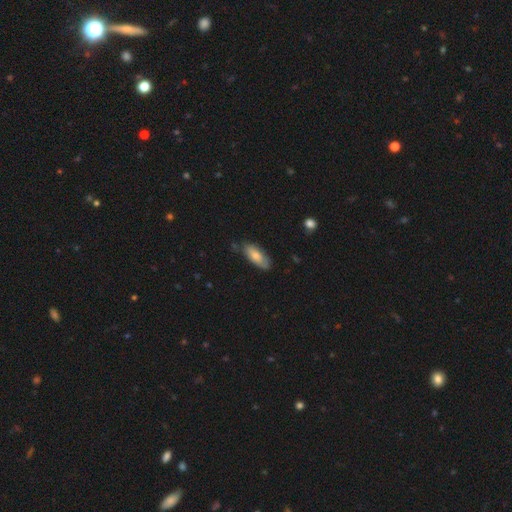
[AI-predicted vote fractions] The model was most divided on "merging": none: 70%, minor disturbance: 23%, major disturbance: 4%, merger: 2%. More confident: how rounded — in between (78%); smooth or featured — smooth (72%).